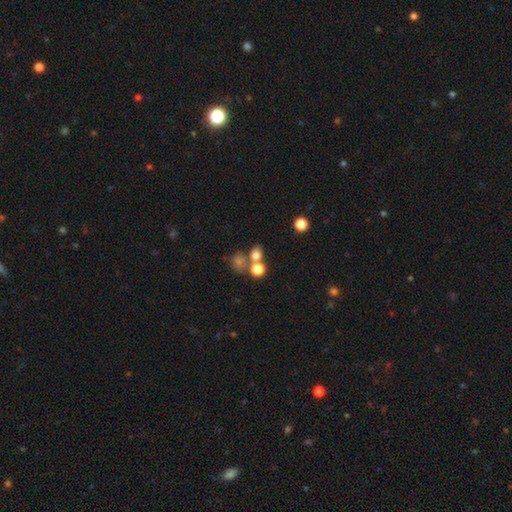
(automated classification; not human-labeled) A smooth galaxy with no disk features (73%) that is round (65%). Merging: none (49%).